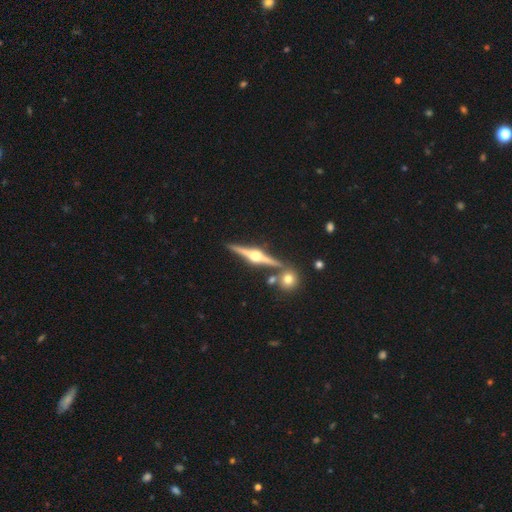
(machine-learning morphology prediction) Q: Smooth or featured?
A: featured or disk (86%); runner-up: smooth (8%)
Q: Edge-on disk?
A: yes (98%); runner-up: no (2%)
Q: Edge-on bulge?
A: rounded (96%); runner-up: boxy (3%)
Q: Merging?
A: none (83%); runner-up: minor disturbance (8%)